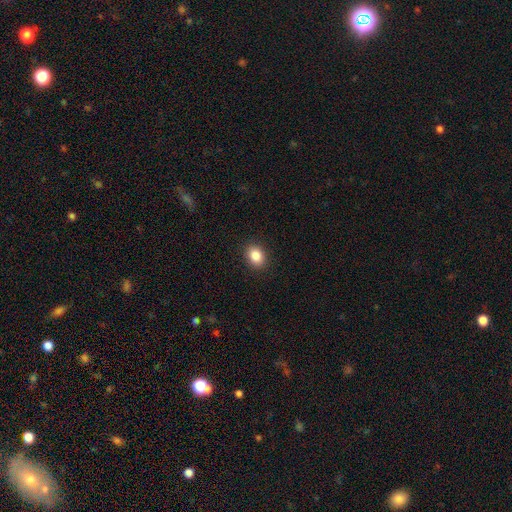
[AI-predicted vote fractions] The model was most divided on "how rounded": in between: 56%, round: 43%, cigar-shaped: 1%. More confident: merging — none (91%); smooth or featured — smooth (86%).